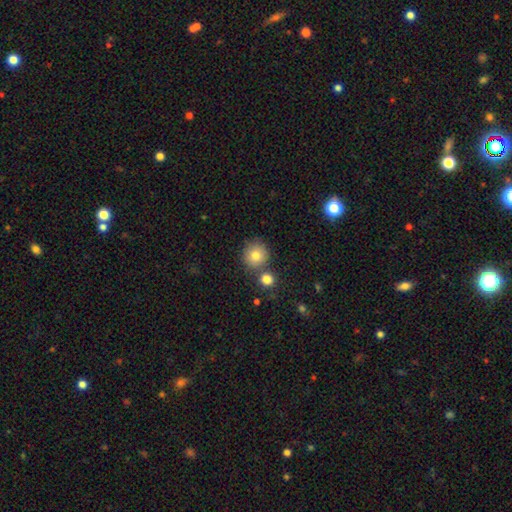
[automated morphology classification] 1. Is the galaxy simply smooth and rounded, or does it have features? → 79% smooth, 11% star or artifact, 10% featured or disk.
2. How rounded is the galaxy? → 92% round, 7% in between, 1% cigar-shaped.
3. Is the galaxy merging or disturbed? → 71% none, 17% merger, 9% minor disturbance, 3% major disturbance.